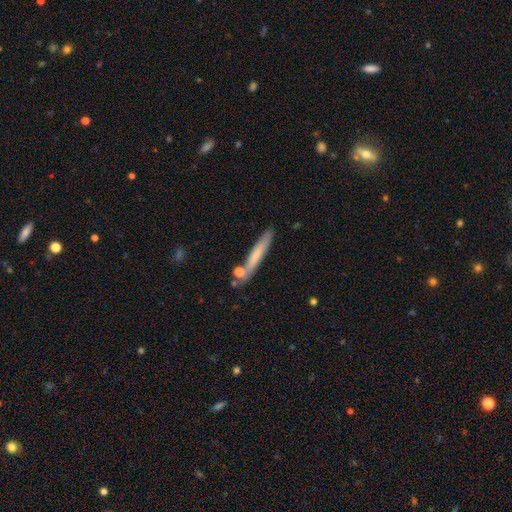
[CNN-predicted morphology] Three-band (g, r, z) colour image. It shows a smooth galaxy with no disk features (62%) that is cigar-shaped (95%). Merging: none (78%).